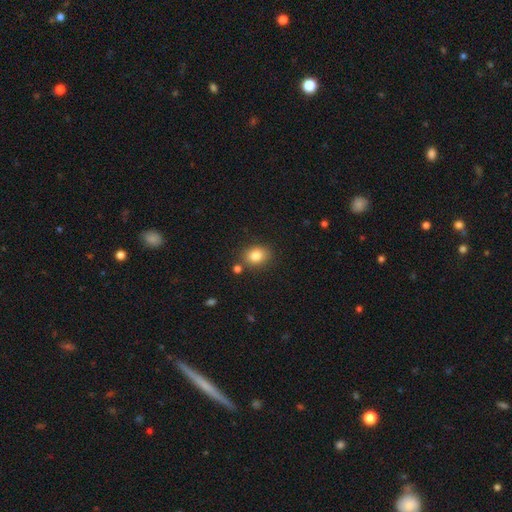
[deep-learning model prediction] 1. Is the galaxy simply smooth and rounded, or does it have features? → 84% smooth, 10% star or artifact, 6% featured or disk.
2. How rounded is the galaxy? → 55% in between, 44% round, 1% cigar-shaped.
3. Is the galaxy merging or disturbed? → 77% none, 12% minor disturbance, 7% merger, 3% major disturbance.